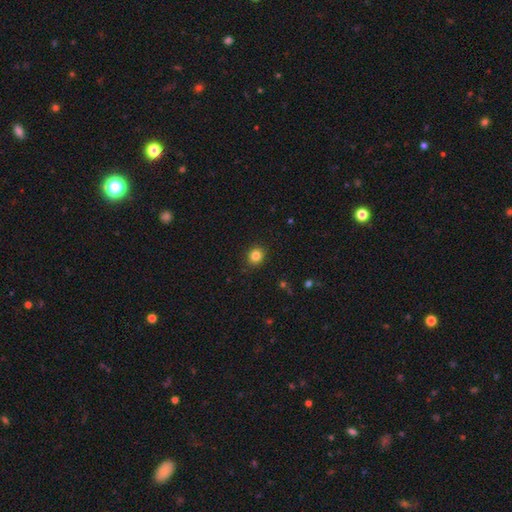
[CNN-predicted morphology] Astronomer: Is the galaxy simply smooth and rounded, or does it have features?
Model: smooth — 83%.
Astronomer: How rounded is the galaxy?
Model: round — 83%.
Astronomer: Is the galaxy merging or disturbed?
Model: none — 91%.